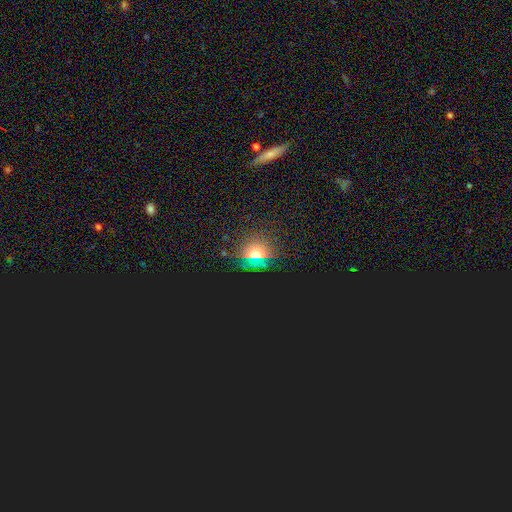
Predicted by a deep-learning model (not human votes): smooth 44% (tied), star or artifact 44% (tied), featured or disk 12%. Down the decision tree: merging — none (82%).